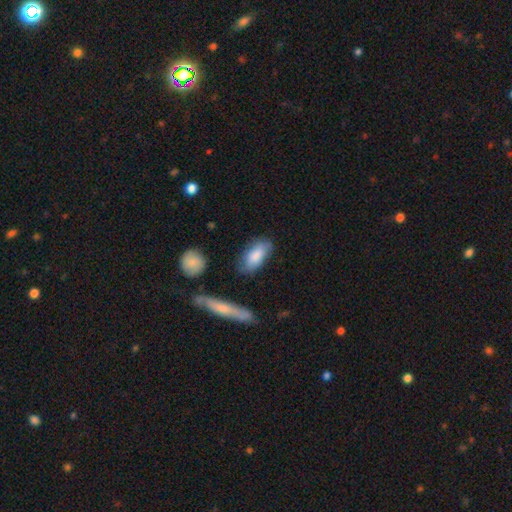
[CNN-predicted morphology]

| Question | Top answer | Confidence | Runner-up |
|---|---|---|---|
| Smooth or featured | smooth | 81% | featured or disk (13%) |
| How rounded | in between | 88% | cigar-shaped (9%) |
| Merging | none | 68% | minor disturbance (22%) |